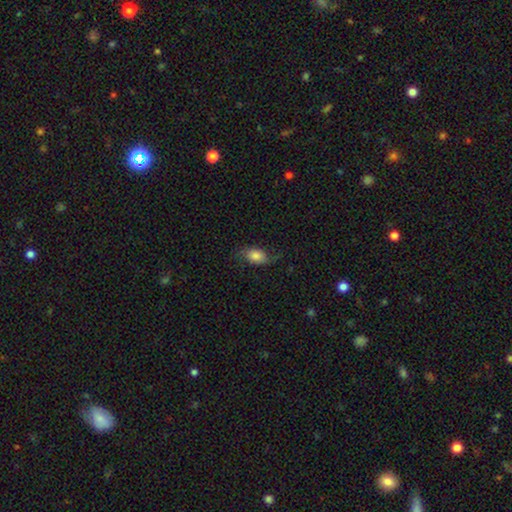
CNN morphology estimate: Smooth or featured: smooth — 63% (featured or disk — 28%)
How rounded: in between — 81% (round — 17%)
Merging: none — 61% (minor disturbance — 23%)